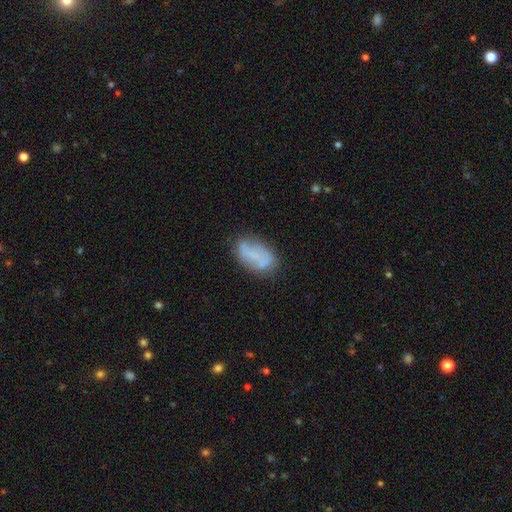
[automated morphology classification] smooth_or_featured: smooth (p=0.56) [alt: featured or disk p=0.35]
how_rounded: in between (p=0.91) [alt: round p=0.06]
merging: none (p=0.61) [alt: minor disturbance p=0.23]